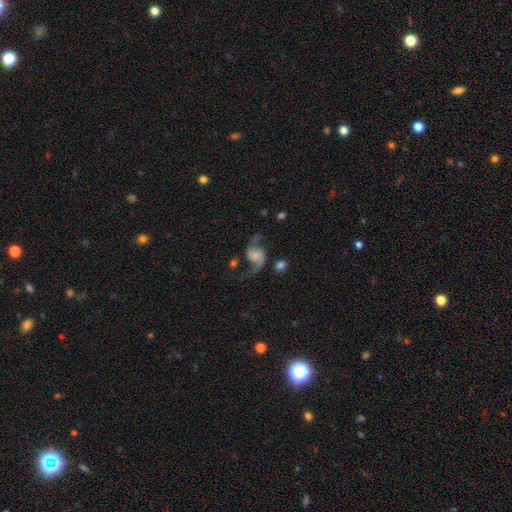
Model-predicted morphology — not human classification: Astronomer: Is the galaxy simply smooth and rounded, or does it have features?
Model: featured or disk — 86%.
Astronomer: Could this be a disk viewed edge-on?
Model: no — 98%.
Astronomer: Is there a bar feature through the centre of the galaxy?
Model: no — 59%.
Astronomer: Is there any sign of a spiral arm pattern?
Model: yes — 97%.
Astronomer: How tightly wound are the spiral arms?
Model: loose — 78%.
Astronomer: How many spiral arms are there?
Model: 2 — 92%.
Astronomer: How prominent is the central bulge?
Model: small — 31% (runner-up: moderate, 26%).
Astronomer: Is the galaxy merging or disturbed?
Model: none — 64%.